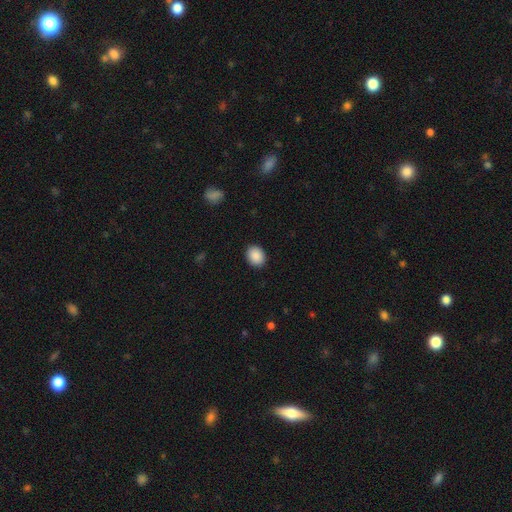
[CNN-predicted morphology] Smooth or featured? smooth (90%)
How rounded? round (50%)
Merging? none (91%)